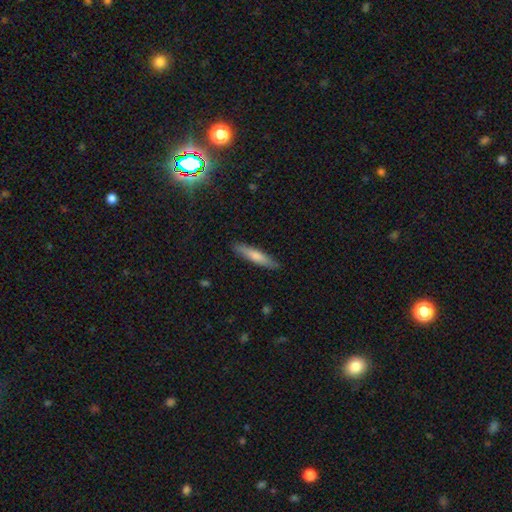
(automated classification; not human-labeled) The model was most divided on "smooth or featured": smooth: 64%, featured or disk: 29%, star or artifact: 7%. More confident: merging — none (89%); how rounded — cigar-shaped (88%).